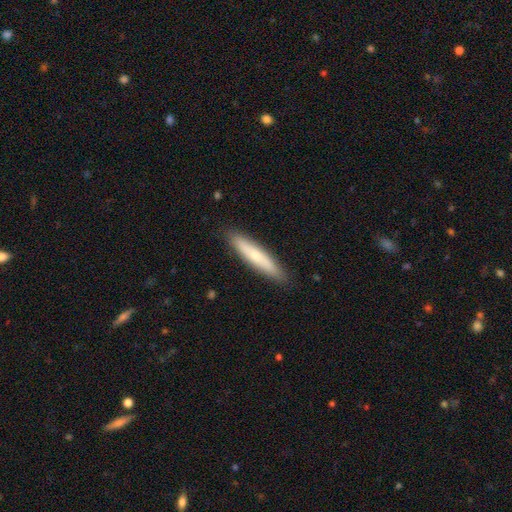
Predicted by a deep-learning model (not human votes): Smooth or featured?
  - smooth: 62% *
  - featured or disk: 32%
  - star or artifact: 6%
How rounded?
  - cigar-shaped: 90% *
  - in between: 9%
  - round: 1%
Merging?
  - none: 89% *
  - minor disturbance: 8%
  - major disturbance: 1%
  - merger: 1%